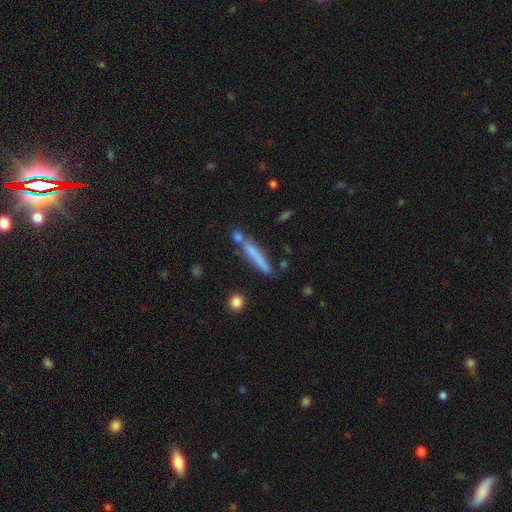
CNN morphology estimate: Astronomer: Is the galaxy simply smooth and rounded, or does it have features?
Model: smooth — 63%.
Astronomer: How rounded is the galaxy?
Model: cigar-shaped — 92%.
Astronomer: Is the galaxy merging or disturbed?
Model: none — 69%.